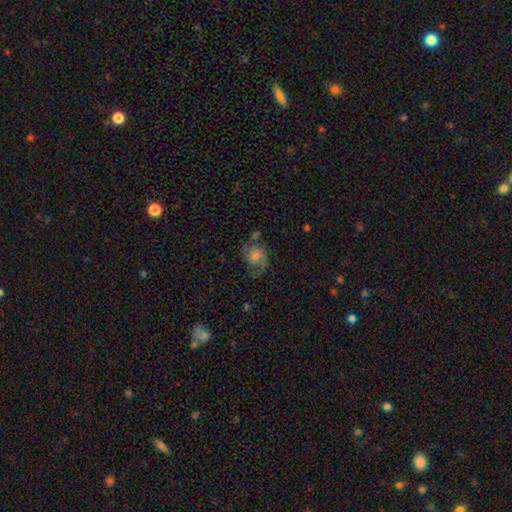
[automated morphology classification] Smooth or featured?
  - featured or disk: 69% *
  - smooth: 19%
  - star or artifact: 12%
Edge-on disk?
  - no: 97% *
  - yes: 3%
Bar?
  - no: 55% *
  - weak: 38%
  - strong: 7%
Spiral arms?
  - yes: 93% *
  - no: 7%
Spiral winding?
  - medium: 51% *
  - loose: 30%
  - tight: 19%
Spiral arm count?
  - 2: 81% *
  - 1: 8%
  - can't tell: 7%
  - 3: 2%
  - 4: 1%
  - more than 4: 1%
Bulge size?
  - moderate: 40% *
  - small: 32%
  - none: 13%
  - large: 12%
  - dominant: 2%
Merging?
  - none: 63% *
  - minor disturbance: 18%
  - major disturbance: 14%
  - merger: 5%